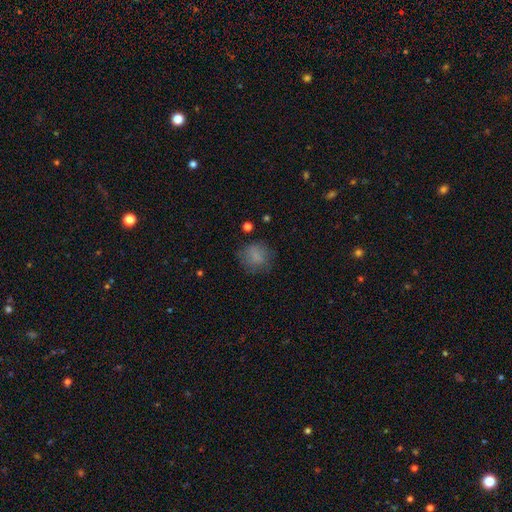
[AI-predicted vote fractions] Q: Smooth or featured?
A: smooth (78%); runner-up: star or artifact (11%)
Q: How rounded?
A: round (79%); runner-up: in between (20%)
Q: Merging?
A: none (70%); runner-up: minor disturbance (18%)